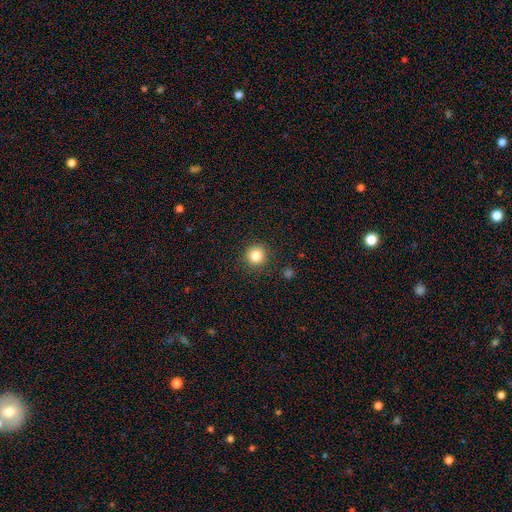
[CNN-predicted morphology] A smooth galaxy with no disk features (84%) that is round (93%). Merging: none (89%).